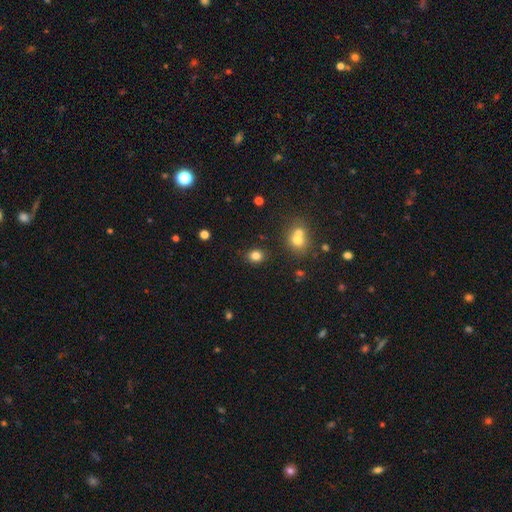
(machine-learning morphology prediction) This is clearly a smooth galaxy (81%). How rounded: likely round (62%). Merging: clearly none (84%).